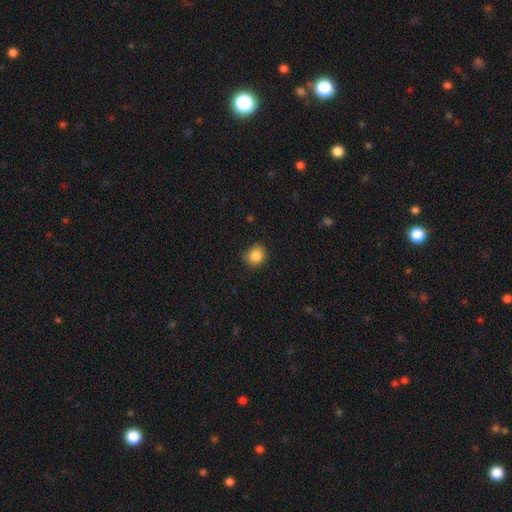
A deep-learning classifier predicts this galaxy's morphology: smooth 85%, star or artifact 10%, featured or disk 5%. Down the decision tree: how rounded — round (83%); merging — none (76%).